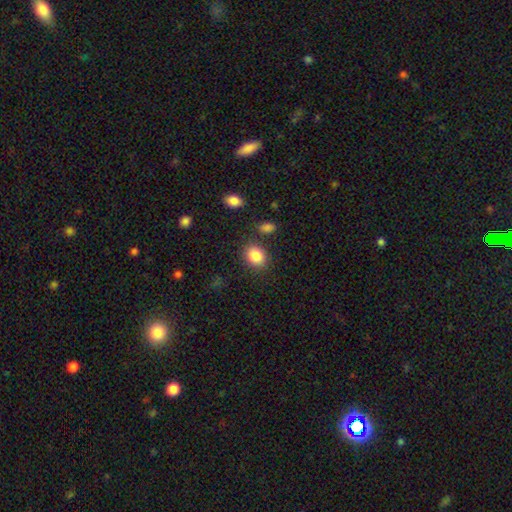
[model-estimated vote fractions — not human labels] The model was most divided on "how rounded": in between: 51%, round: 48%, cigar-shaped: 1%. More confident: smooth or featured — smooth (86%); merging — none (81%).